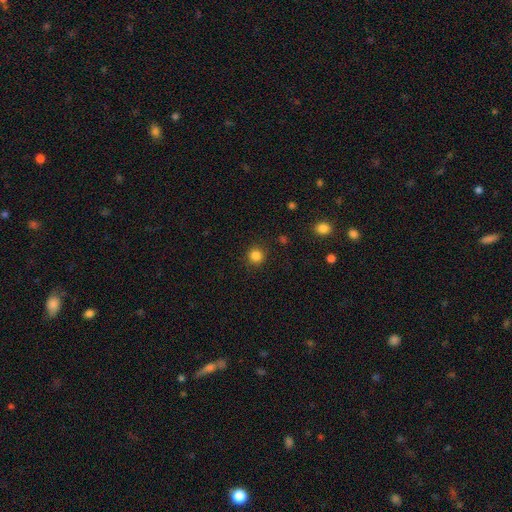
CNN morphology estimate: Q: Smooth or featured?
A: smooth (84%); runner-up: star or artifact (12%)
Q: How rounded?
A: round (93%); runner-up: in between (6%)
Q: Merging?
A: none (90%); runner-up: minor disturbance (6%)